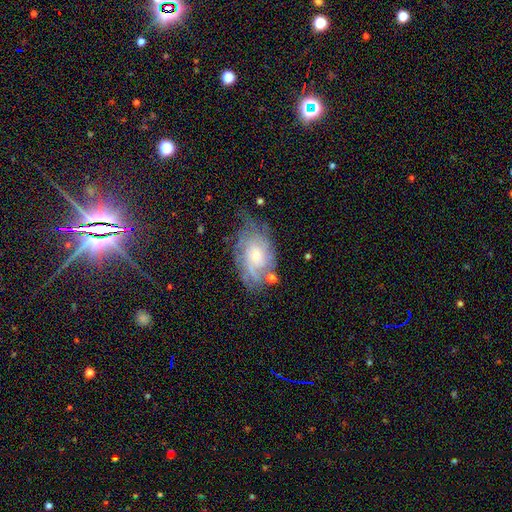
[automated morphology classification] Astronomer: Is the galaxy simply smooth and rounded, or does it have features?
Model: featured or disk — 73%.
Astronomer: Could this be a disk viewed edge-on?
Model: no — 95%.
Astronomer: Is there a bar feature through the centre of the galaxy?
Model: no — 74%.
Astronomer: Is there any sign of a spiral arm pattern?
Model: yes — 90%.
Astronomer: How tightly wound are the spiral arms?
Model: tight — 62%.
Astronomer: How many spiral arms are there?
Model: can't tell — 50%.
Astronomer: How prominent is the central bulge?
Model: small — 56% (runner-up: moderate, 37%).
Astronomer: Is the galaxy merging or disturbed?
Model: none — 55%.